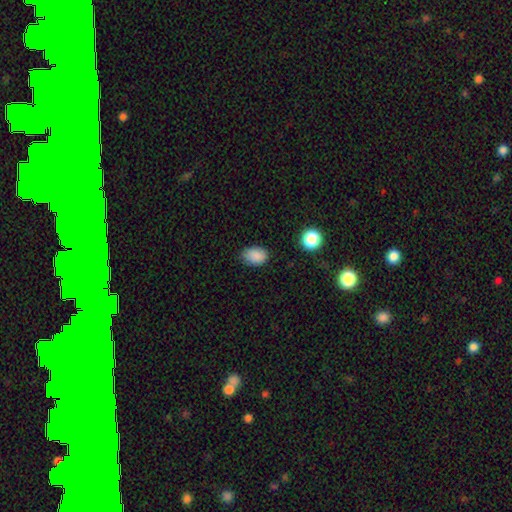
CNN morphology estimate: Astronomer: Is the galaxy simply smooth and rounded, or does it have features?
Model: smooth — 86%.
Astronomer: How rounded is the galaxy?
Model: in between — 80%.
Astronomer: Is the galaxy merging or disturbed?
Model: none — 76%.